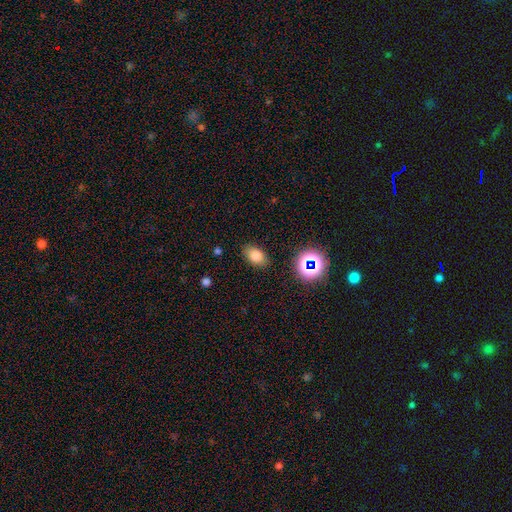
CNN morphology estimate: This appears to be a smooth galaxy with no disk features (77%) that is in between round and cigar-shaped (86%). Merging: none (84%).